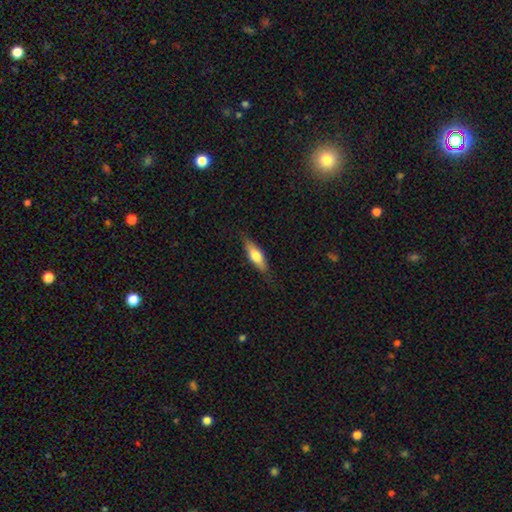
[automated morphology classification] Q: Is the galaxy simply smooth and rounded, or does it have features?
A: smooth — 60%.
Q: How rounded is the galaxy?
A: in between — 49%.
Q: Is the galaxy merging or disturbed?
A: none — 82%.